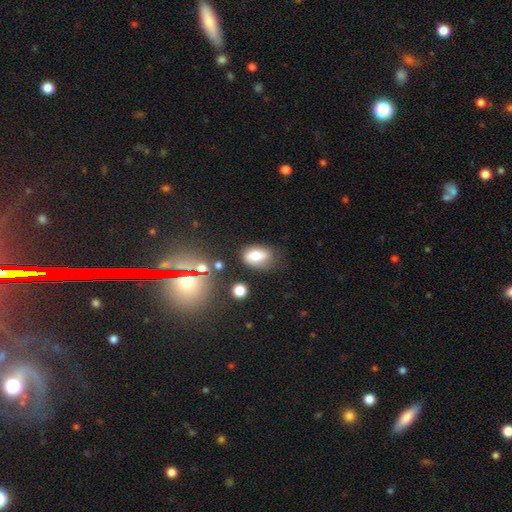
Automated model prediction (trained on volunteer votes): This appears to be a smooth galaxy with no disk features (71%) that is in between round and cigar-shaped (86%). Merging: none (68%).